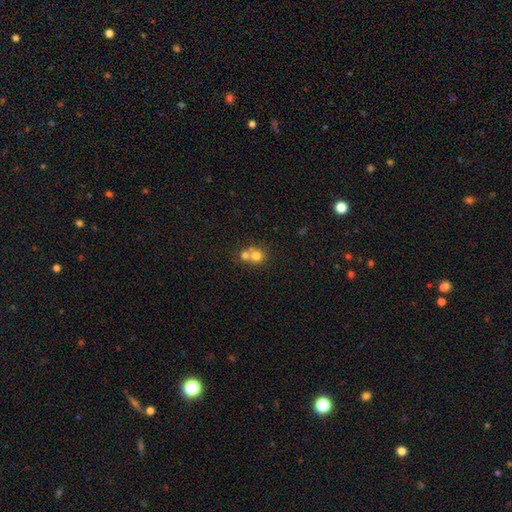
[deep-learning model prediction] Smooth or featured: smooth — 73% (featured or disk — 15%)
How rounded: round — 84% (in between — 15%)
Merging: merger — 59% (none — 33%)